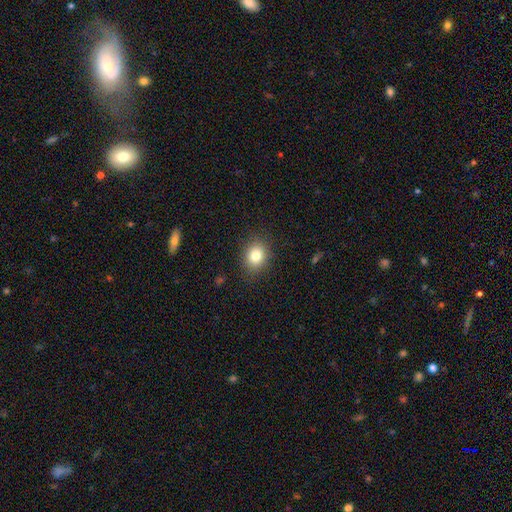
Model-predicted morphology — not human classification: This is clearly a smooth galaxy (81%). How rounded: possibly round (57%). Merging: clearly none (87%).